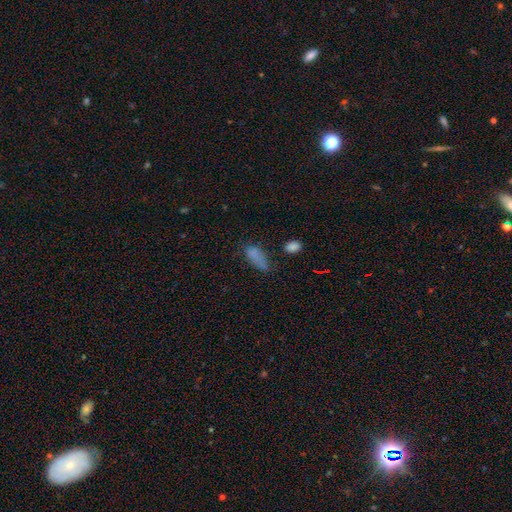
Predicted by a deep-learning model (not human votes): A smooth galaxy with no disk features (73%) that is in between round and cigar-shaped (76%).

Vote fractions:
- Smooth or featured? smooth: 73% / star or artifact: 16% / featured or disk: 11%
- How rounded? in between: 76% / cigar-shaped: 19% / round: 5%
- Merging? none: 39% / minor disturbance: 30% / major disturbance: 22% / merger: 8%